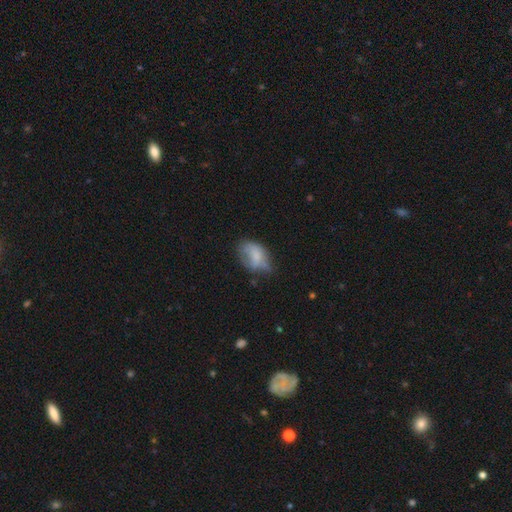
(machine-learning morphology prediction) smooth_or_featured: smooth (p=0.64) [alt: featured or disk p=0.27]
how_rounded: in between (p=0.84) [alt: round p=0.14]
merging: none (p=0.38) [alt: minor disturbance p=0.37]